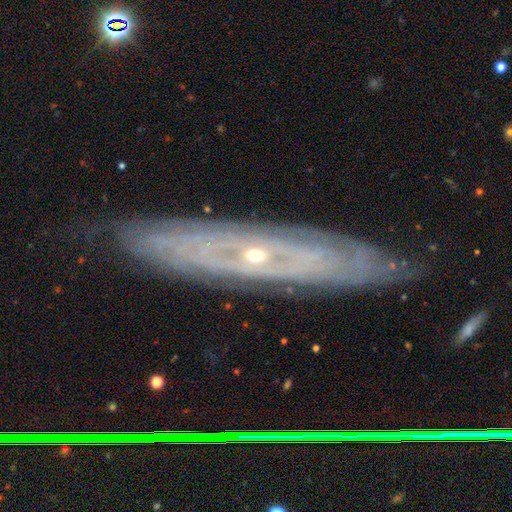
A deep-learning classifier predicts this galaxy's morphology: Smooth or featured? featured or disk (83%)
Edge-on disk? no (59%)
Merging? none (83%)